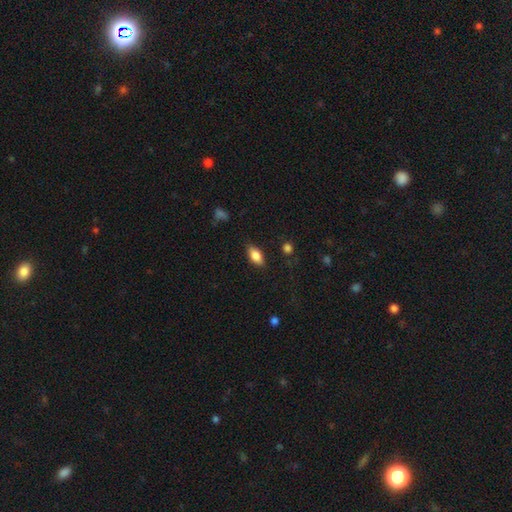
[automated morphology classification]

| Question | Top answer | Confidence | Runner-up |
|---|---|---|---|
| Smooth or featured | smooth | 80% | featured or disk (13%) |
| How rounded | in between | 88% | cigar-shaped (7%) |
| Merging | none | 82% | minor disturbance (13%) |